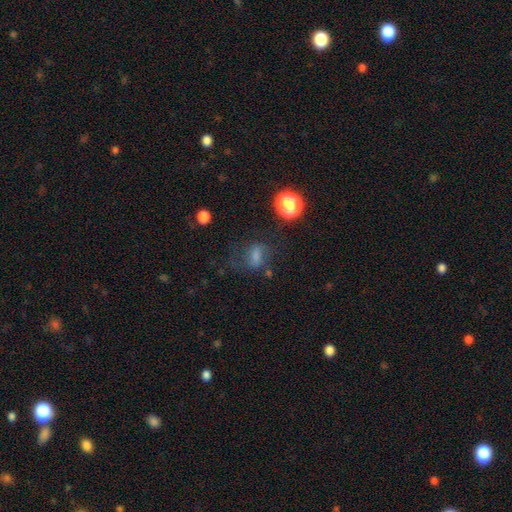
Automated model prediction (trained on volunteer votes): Smooth or featured? smooth (52%)
How rounded? in between (60%)
Merging? none (55%)